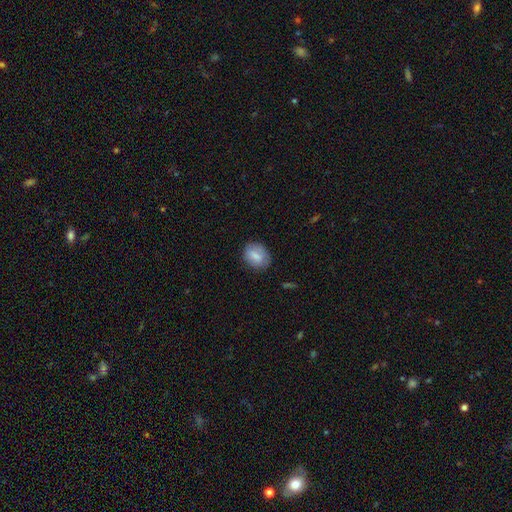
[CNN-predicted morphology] Overall: smooth (77%). How rounded: in between (61%; round 38%). Merging: none (77%).